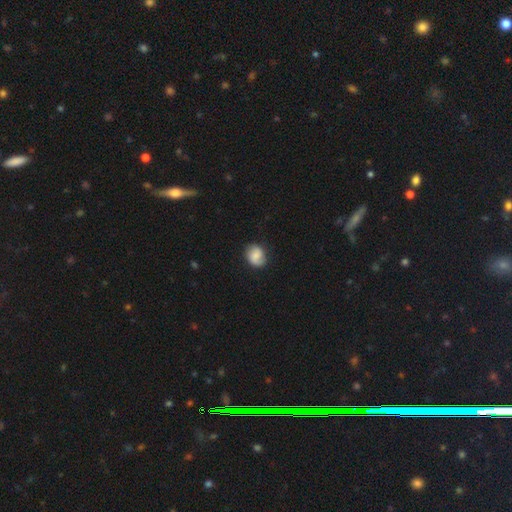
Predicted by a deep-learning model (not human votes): smooth-or-featured: smooth: 64% | featured or disk: 28% | star or artifact: 8%
  how-rounded: round: 56% | in between: 43% | cigar-shaped: 1%
  merging: none: 74% | minor disturbance: 19% | major disturbance: 5% | merger: 1%